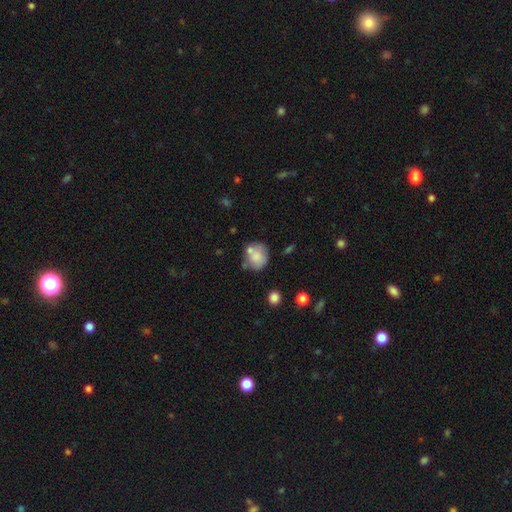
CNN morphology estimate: Q: Smooth or featured?
A: smooth (72%); runner-up: featured or disk (19%)
Q: How rounded?
A: round (71%); runner-up: in between (28%)
Q: Merging?
A: none (51%); runner-up: minor disturbance (21%)